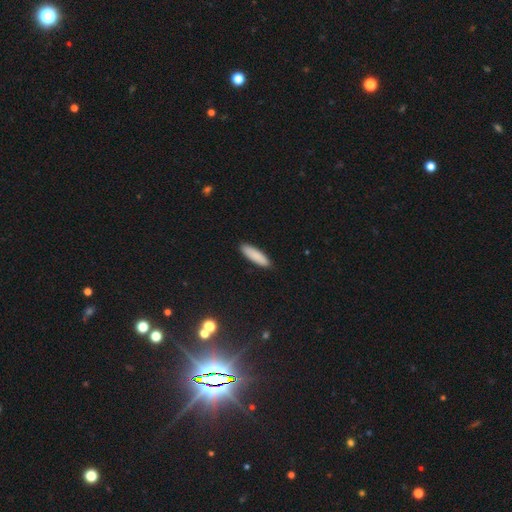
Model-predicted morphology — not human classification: This is clearly a smooth galaxy (88%). How rounded: likely cigar-shaped (67%). Merging: clearly none (90%).